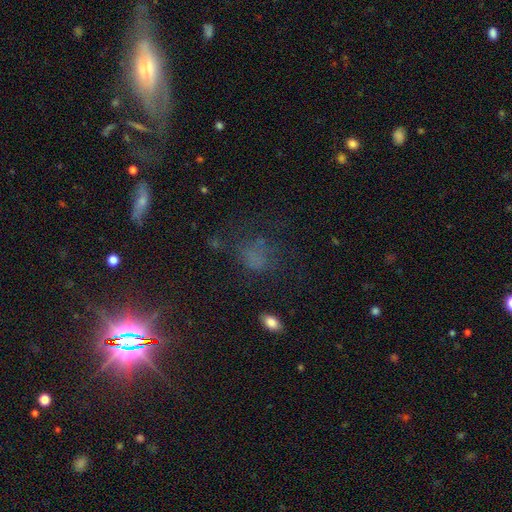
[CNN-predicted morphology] Smooth or featured: smooth — 47% (star or artifact — 36%)
Merging: none — 58% (minor disturbance — 20%)